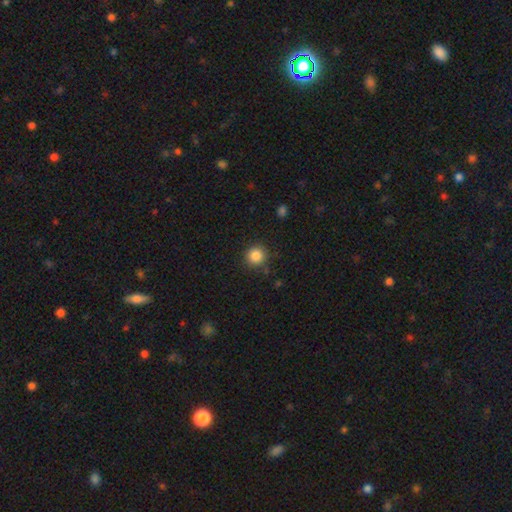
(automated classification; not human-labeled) Smooth or featured? smooth (85%)
How rounded? round (92%)
Merging? none (87%)